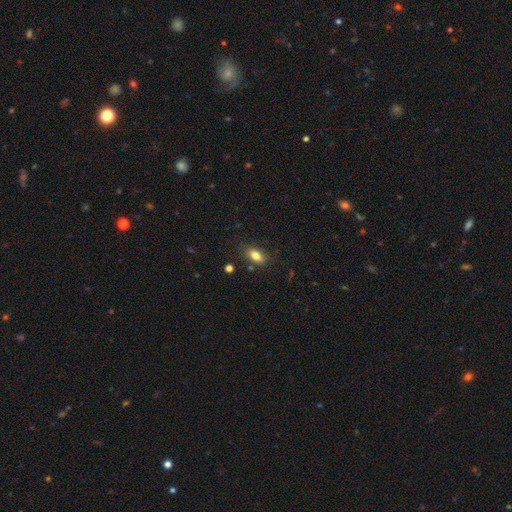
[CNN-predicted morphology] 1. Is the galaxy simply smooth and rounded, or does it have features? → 81% smooth, 9% featured or disk, 9% star or artifact.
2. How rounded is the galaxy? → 88% in between, 8% round, 5% cigar-shaped.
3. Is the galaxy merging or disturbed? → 80% none, 14% minor disturbance, 4% major disturbance, 3% merger.